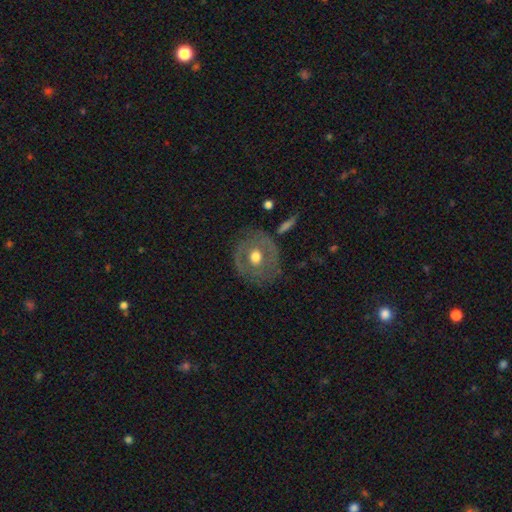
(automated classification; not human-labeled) featured or disk 59%, smooth 34%, star or artifact 7%. Down the decision tree: edge-on disk — no (94%); bar — no (79%); spiral arms — no (68%); bulge size — moderate (72%); merging — none (73%).